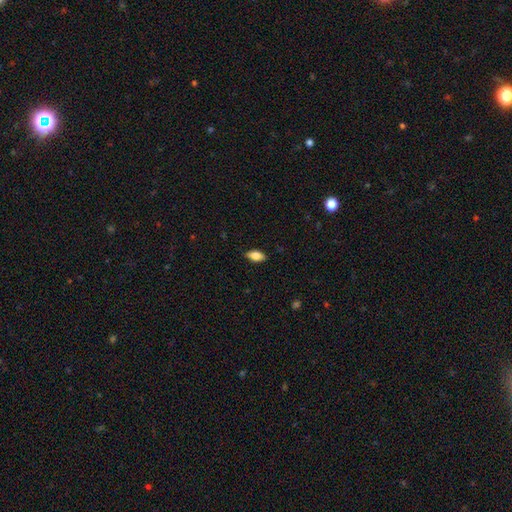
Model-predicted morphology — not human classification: A smooth galaxy with no disk features (78%) that is in between round and cigar-shaped (88%). Merging: none (87%).